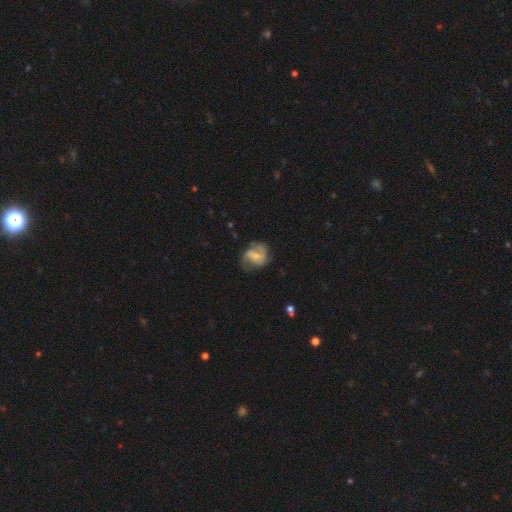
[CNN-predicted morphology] type=featured or disk (54%); edge-on=no (97%); bar=weak (43%); spiral arms=yes (69%); bulge=small (50%); merging=none (49%).